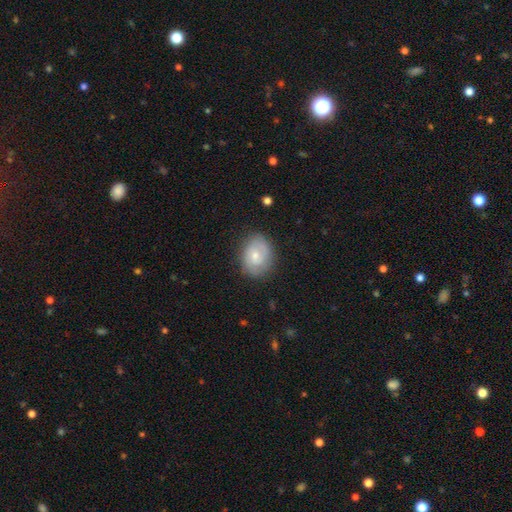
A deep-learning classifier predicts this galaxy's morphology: A smooth galaxy with no disk features (53%) that is round (52%).

Vote fractions:
- Smooth or featured? smooth: 53% / featured or disk: 39% / star or artifact: 7%
- How rounded? round: 52% / in between: 47% / cigar-shaped: 1%
- Merging? none: 78% / minor disturbance: 16% / major disturbance: 5% / merger: 1%